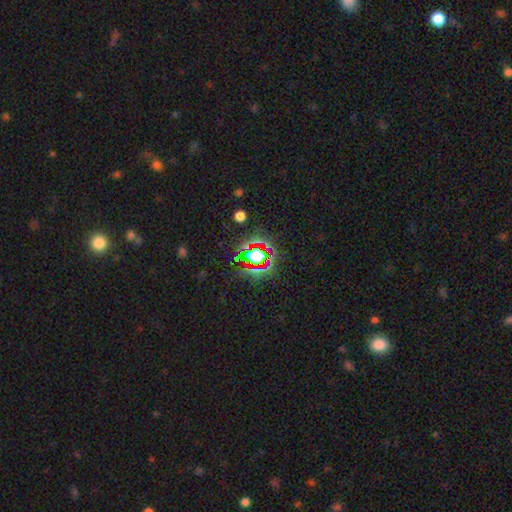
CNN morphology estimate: Q: Smooth or featured?
A: star or artifact (67%); runner-up: smooth (20%)